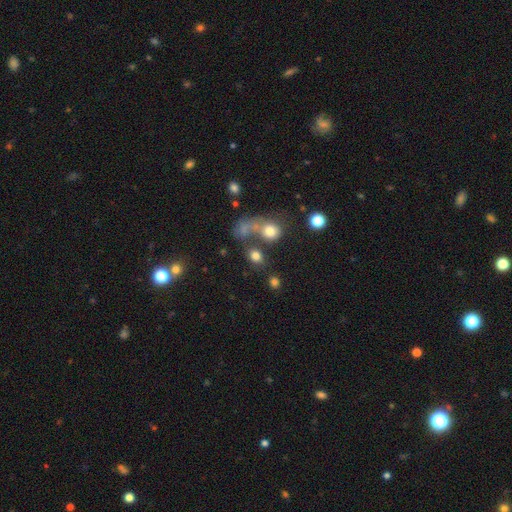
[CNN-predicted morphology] type=smooth (77%); roundness=round (54%); merging=none (56%).